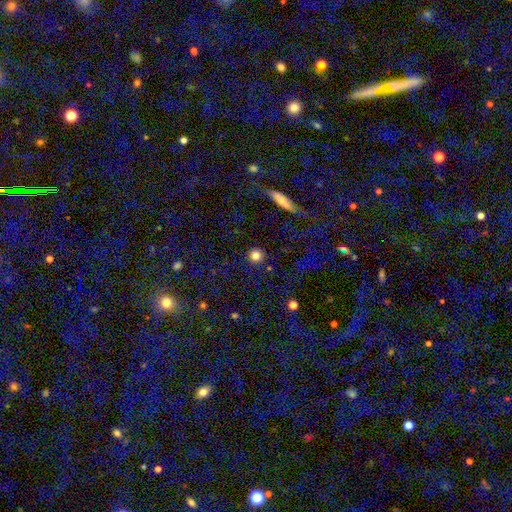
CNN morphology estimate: smooth 82%, star or artifact 11%, featured or disk 6%. Down the decision tree: how rounded — round (94%); merging — none (90%).